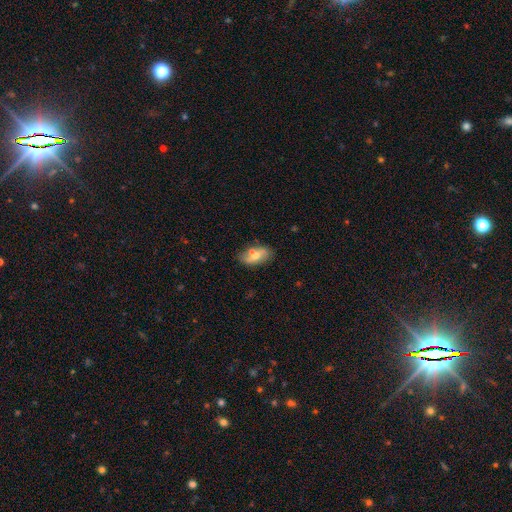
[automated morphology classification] A smooth galaxy with no disk features (48%).

Vote fractions:
- Smooth or featured? smooth: 48% / featured or disk: 44% / star or artifact: 8%
- Merging? none: 59% / minor disturbance: 19% / merger: 16% / major disturbance: 6%